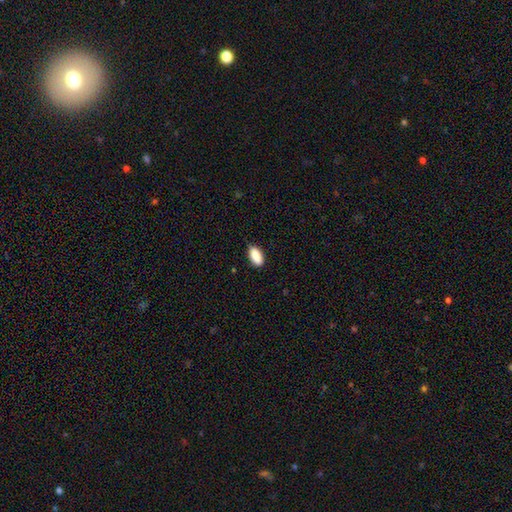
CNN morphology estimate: smooth_or_featured: smooth (p=0.89) [alt: star or artifact p=0.07]
how_rounded: in between (p=0.91) [alt: cigar-shaped p=0.06]
merging: none (p=0.80) [alt: minor disturbance p=0.16]